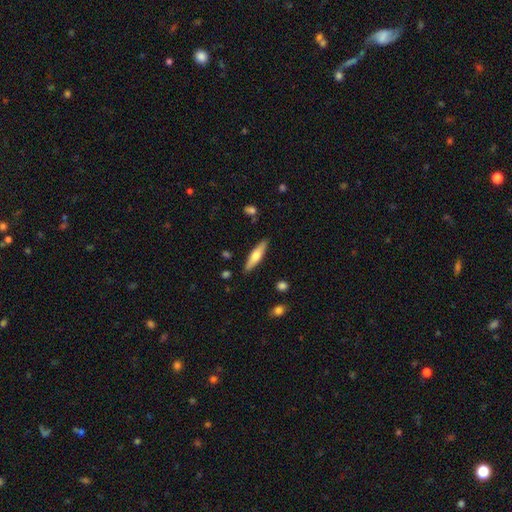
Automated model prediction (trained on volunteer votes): Overall: smooth (53%; featured or disk 41%). How rounded: cigar-shaped (74%). Merging: none (88%).